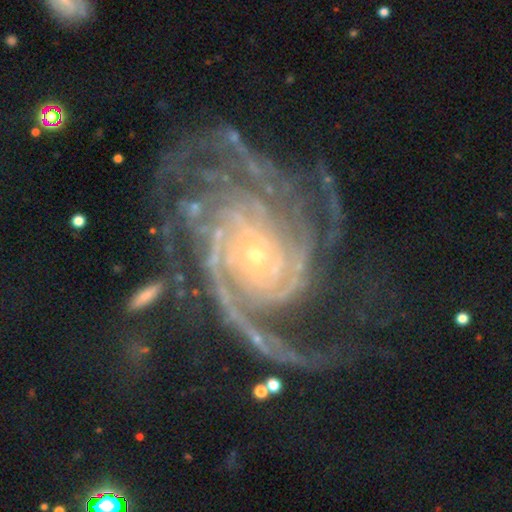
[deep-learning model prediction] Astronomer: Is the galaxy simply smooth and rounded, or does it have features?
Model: featured or disk — 92%.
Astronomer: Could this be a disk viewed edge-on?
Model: no — 98%.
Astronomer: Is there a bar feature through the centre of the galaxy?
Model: no — 72%.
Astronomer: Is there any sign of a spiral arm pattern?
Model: yes — 98%.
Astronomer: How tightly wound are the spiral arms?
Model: tight — 59%.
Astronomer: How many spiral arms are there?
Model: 2 — 21% (runner-up: 3, 19%).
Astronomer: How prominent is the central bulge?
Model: small — 81%.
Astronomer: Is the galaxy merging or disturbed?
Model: none — 53%.